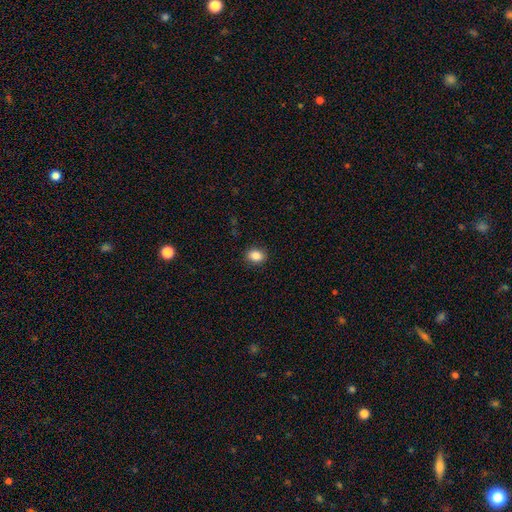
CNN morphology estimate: Overall: smooth (86%). How rounded: in between (51%; round 48%). Merging: none (90%).